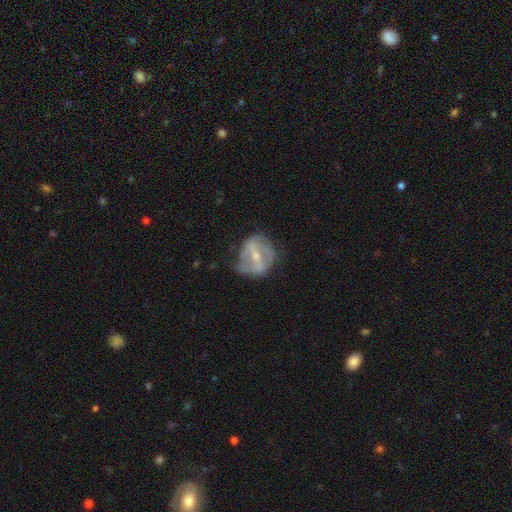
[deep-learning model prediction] Morphology: type=featured or disk (77%); edge-on=no (94%); bar=strong (60%); spiral arms=yes (61%); bulge=small (55%); merging=none (57%).